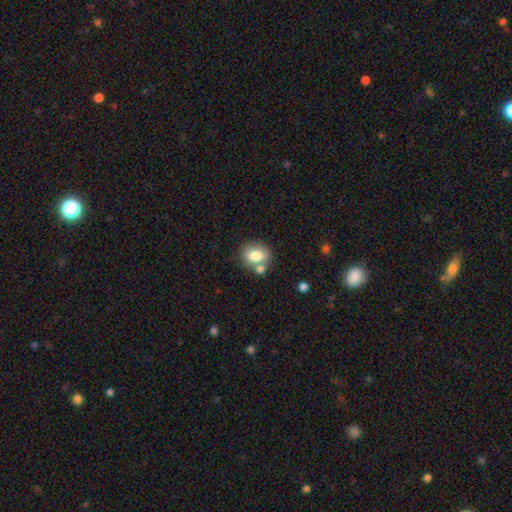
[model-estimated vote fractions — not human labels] Smooth or featured? Predicted: smooth (p=0.78). How rounded? Predicted: round (p=0.57). Merging? Predicted: none (p=0.61).